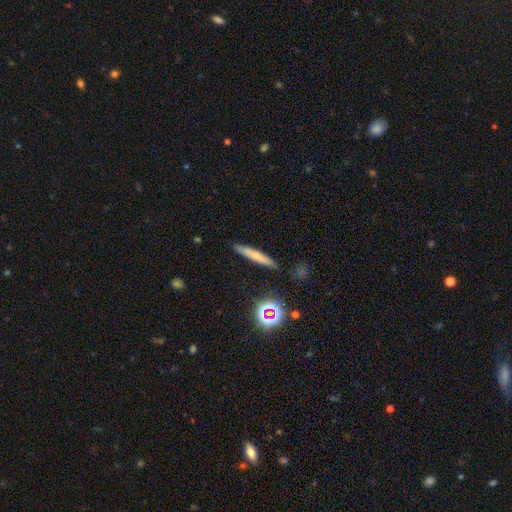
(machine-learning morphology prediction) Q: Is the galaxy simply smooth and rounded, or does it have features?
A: smooth — 67%.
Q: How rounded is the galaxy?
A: cigar-shaped — 93%.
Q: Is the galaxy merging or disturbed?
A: none — 87%.